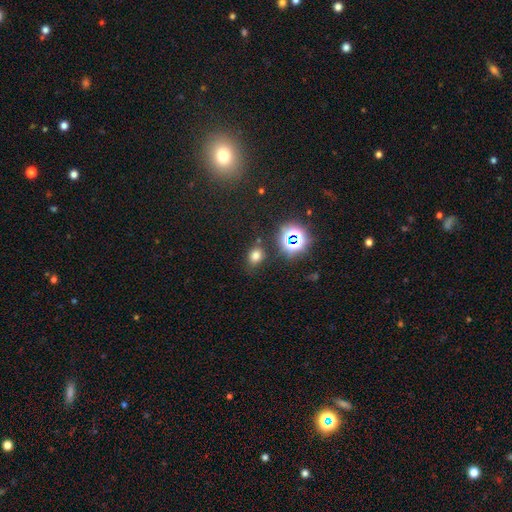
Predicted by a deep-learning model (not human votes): smooth_or_featured: smooth (p=0.69) [alt: star or artifact p=0.24]
how_rounded: in between (p=0.50) [alt: round p=0.49]
merging: none (p=0.77) [alt: minor disturbance p=0.14]